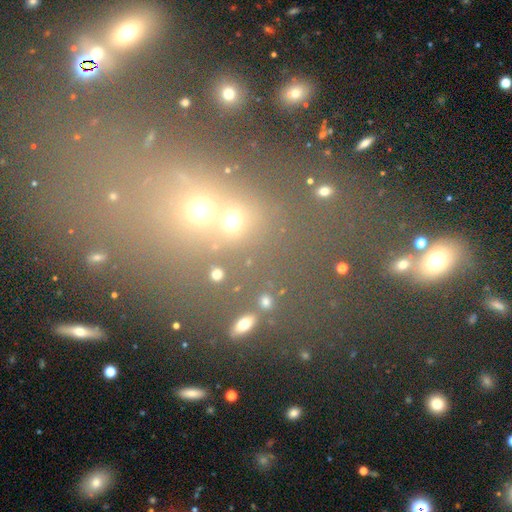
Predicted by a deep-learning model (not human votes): A smooth galaxy with no disk features (43%). Merging: none (45%).